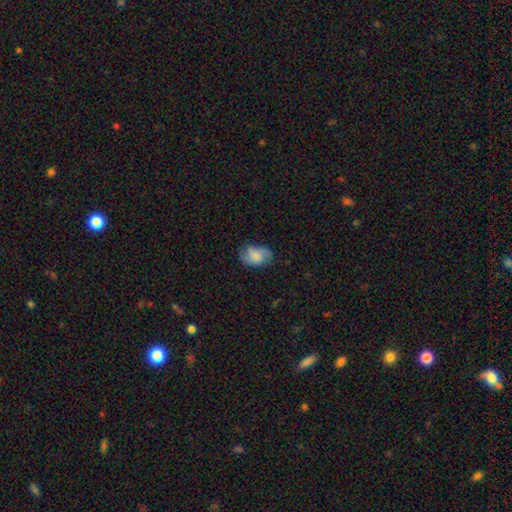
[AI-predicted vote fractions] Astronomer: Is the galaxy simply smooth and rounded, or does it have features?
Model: smooth — 60%.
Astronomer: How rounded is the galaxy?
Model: in between — 83%.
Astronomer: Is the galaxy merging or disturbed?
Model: none — 68%.